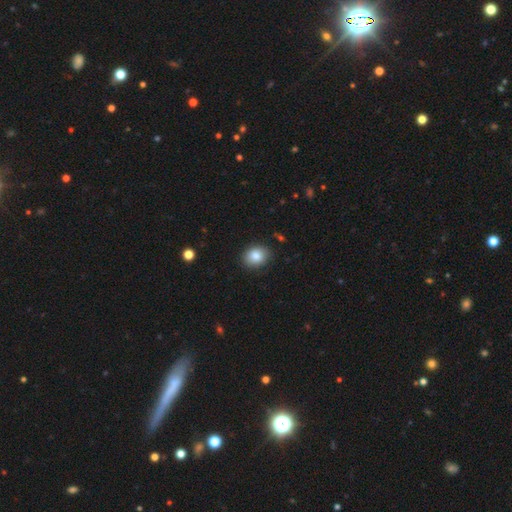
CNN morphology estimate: smooth_or_featured: smooth (p=0.85) [alt: star or artifact p=0.08]
how_rounded: in between (p=0.51) [alt: round p=0.48]
merging: none (p=0.87) [alt: minor disturbance p=0.10]